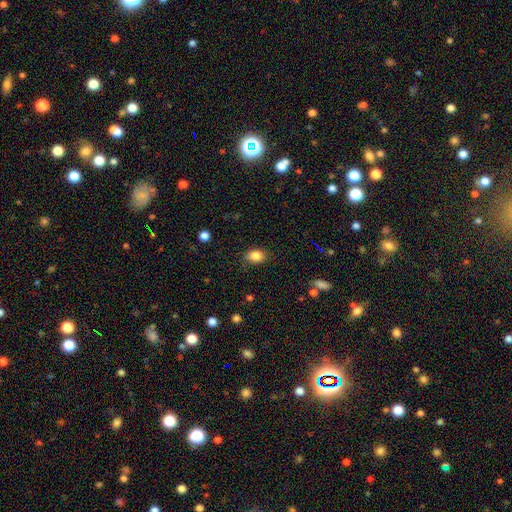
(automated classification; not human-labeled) This appears to be a smooth galaxy with no disk features (86%) that is in between round and cigar-shaped (73%). Merging: none (82%).